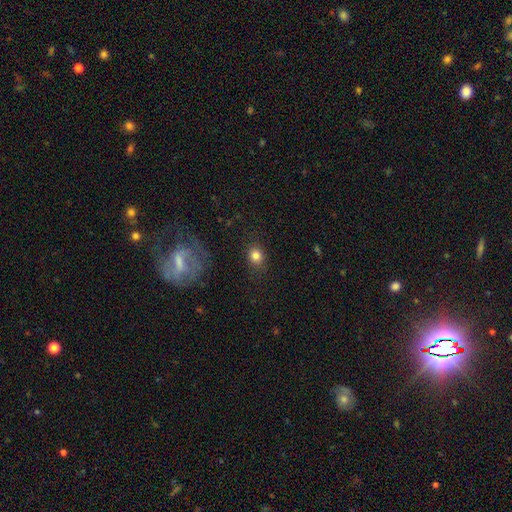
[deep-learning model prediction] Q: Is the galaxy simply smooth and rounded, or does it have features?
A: smooth — 81%.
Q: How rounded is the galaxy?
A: round — 64%.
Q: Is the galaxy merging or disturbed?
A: none — 84%.